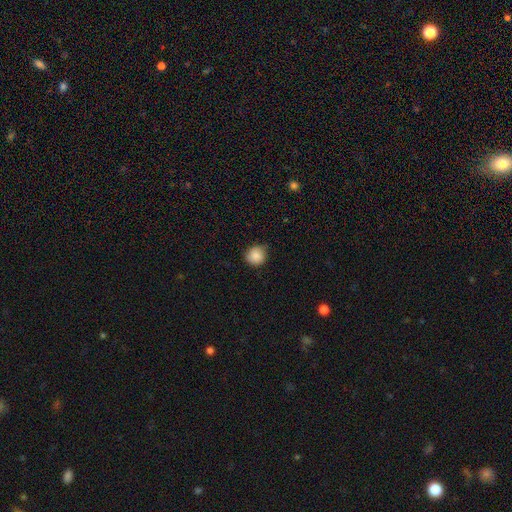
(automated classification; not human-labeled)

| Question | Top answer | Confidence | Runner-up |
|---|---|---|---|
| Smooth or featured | smooth | 87% | star or artifact (9%) |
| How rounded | round | 87% | in between (12%) |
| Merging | none | 74% | minor disturbance (22%) |